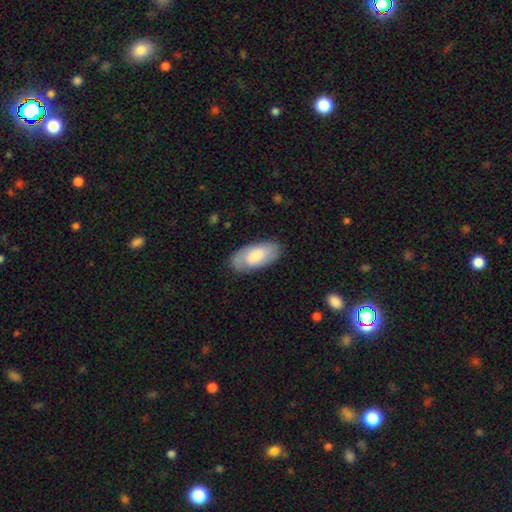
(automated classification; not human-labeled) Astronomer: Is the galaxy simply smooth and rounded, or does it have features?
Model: smooth — 68%.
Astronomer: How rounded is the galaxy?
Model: in between — 93%.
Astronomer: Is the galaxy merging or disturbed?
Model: none — 79%.